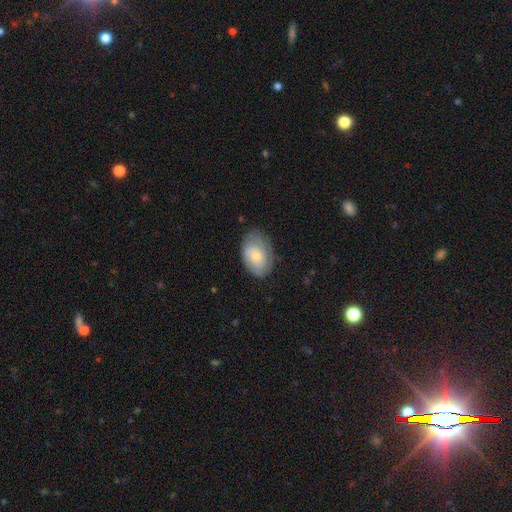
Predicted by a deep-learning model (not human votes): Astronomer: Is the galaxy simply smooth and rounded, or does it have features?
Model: smooth — 58% (runner-up: featured or disk, 36%).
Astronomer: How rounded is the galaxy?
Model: in between — 87%.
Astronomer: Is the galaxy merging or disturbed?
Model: none — 71%.